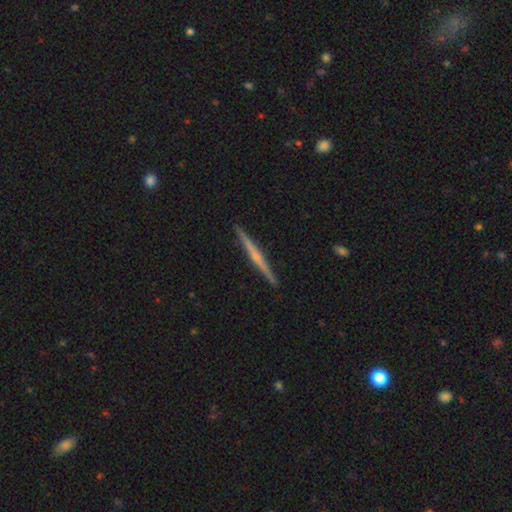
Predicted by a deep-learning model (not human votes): Smooth or featured?
  - featured or disk: 64% *
  - smooth: 31%
  - star or artifact: 5%
Edge-on disk?
  - yes: 98% *
  - no: 2%
Edge-on bulge?
  - none: 58% *
  - rounded: 31%
  - boxy: 10%
Merging?
  - none: 92% *
  - minor disturbance: 5%
  - major disturbance: 1%
  - merger: 1%